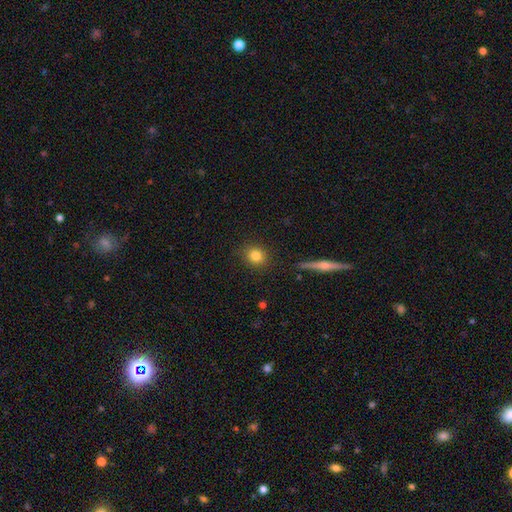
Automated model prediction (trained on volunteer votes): This is clearly a smooth galaxy (82%). How rounded: clearly round (85%). Merging: clearly none (88%).